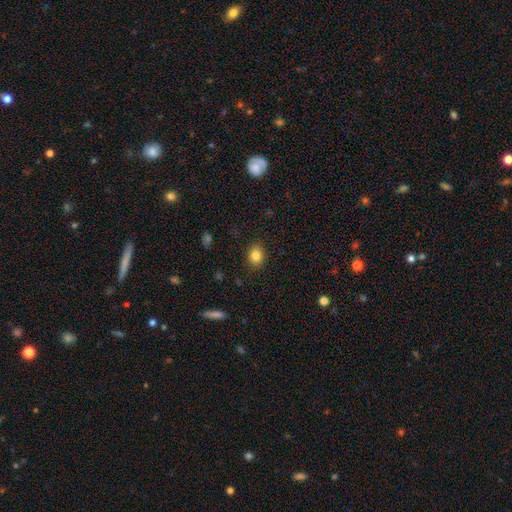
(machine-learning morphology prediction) Smooth or featured? Predicted: smooth (p=0.83). How rounded? Predicted: in between (p=0.55). Merging? Predicted: none (p=0.87).